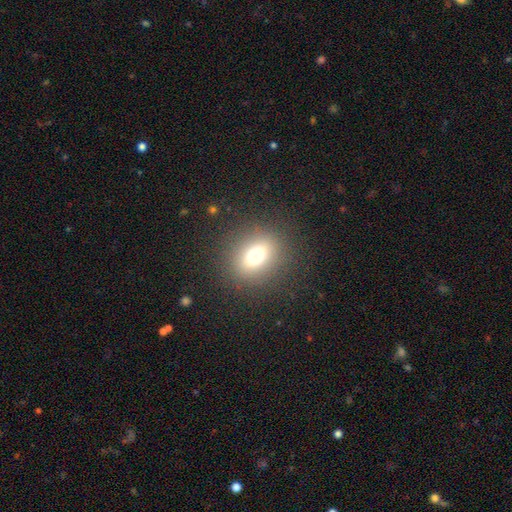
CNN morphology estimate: Smooth or featured: smooth — 69% (star or artifact — 17%)
How rounded: round — 53% (in between — 45%)
Merging: none — 86% (minor disturbance — 8%)